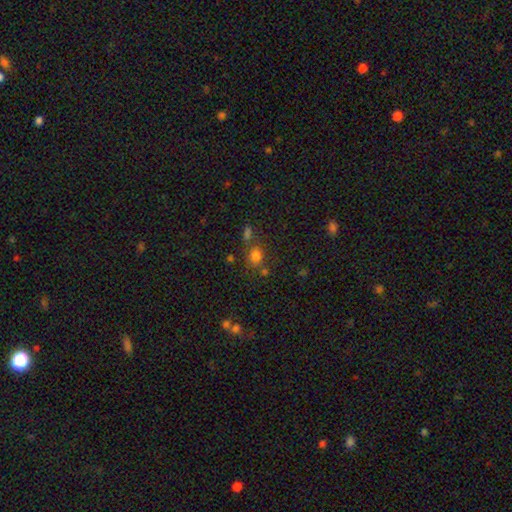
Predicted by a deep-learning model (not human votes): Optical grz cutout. It shows a smooth galaxy with no disk features (72%) that is round (61%). Merging: none (62%).